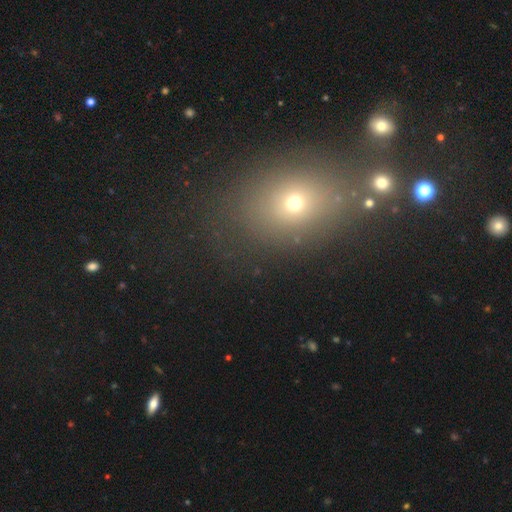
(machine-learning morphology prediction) smooth_or_featured: smooth (p=0.53) [alt: star or artifact p=0.35]
how_rounded: in between (p=0.54) [alt: round p=0.43]
merging: none (p=0.76) [alt: minor disturbance p=0.11]